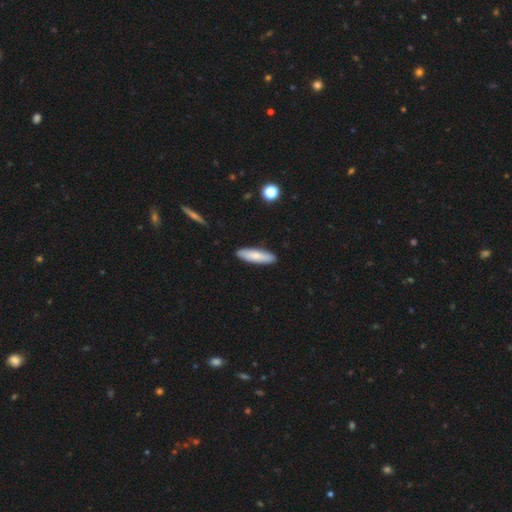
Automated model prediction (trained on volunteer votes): smooth-or-featured: smooth: 78% | featured or disk: 16% | star or artifact: 6%
  how-rounded: cigar-shaped: 62% | in between: 36% | round: 2%
  merging: none: 89% | minor disturbance: 8% | major disturbance: 1% | merger: 1%